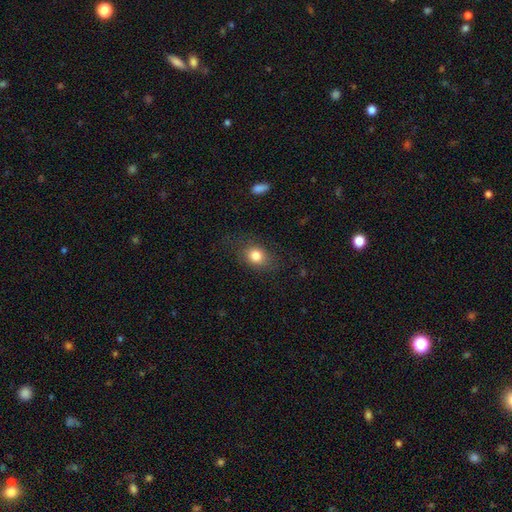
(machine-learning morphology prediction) Smooth or featured: smooth — 81% (star or artifact — 10%)
How rounded: in between — 50% (round — 49%)
Merging: none — 77% (minor disturbance — 15%)